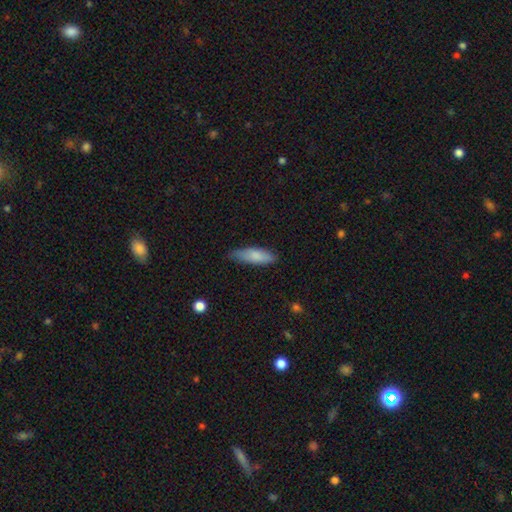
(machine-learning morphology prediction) type=smooth (82%); roundness=in between (51%); merging=none (70%).